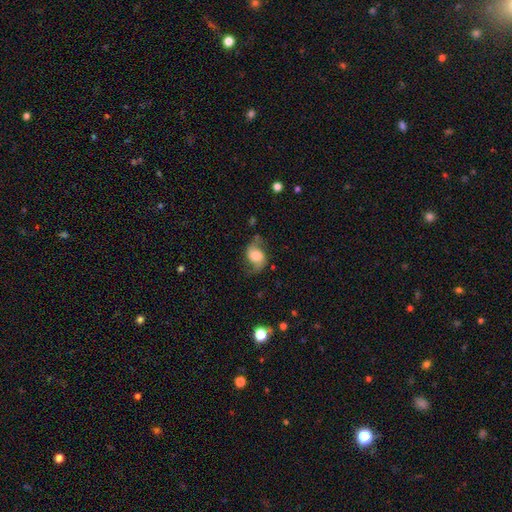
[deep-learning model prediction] Smooth or featured?
  - featured or disk: 57% *
  - smooth: 34%
  - star or artifact: 9%
Edge-on disk?
  - no: 96% *
  - yes: 4%
Bar?
  - no: 59% *
  - weak: 32%
  - strong: 9%
Spiral arms?
  - yes: 89% *
  - no: 11%
Bulge size?
  - moderate: 48% *
  - large: 24%
  - small: 18%
  - dominant: 5%
  - none: 4%
Merging?
  - none: 61% *
  - minor disturbance: 23%
  - major disturbance: 13%
  - merger: 2%